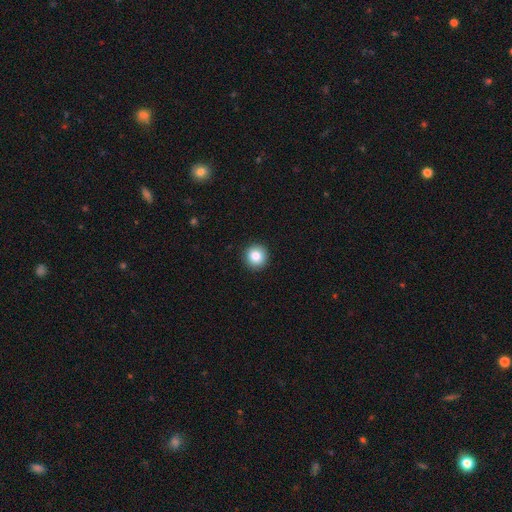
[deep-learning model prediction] smooth-or-featured: smooth: 84% | star or artifact: 10% | featured or disk: 7%
  how-rounded: round: 94% | in between: 5% | cigar-shaped: 1%
  merging: none: 93% | minor disturbance: 5% | major disturbance: 2% | merger: 1%